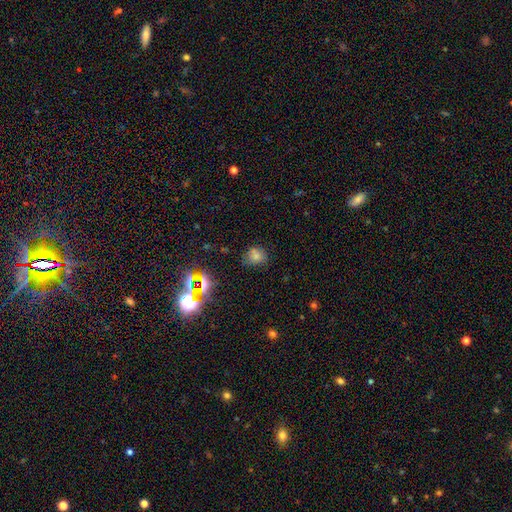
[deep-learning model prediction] This appears to be a smooth galaxy with no disk features (68%) that is round (62%). Merging: none (64%).